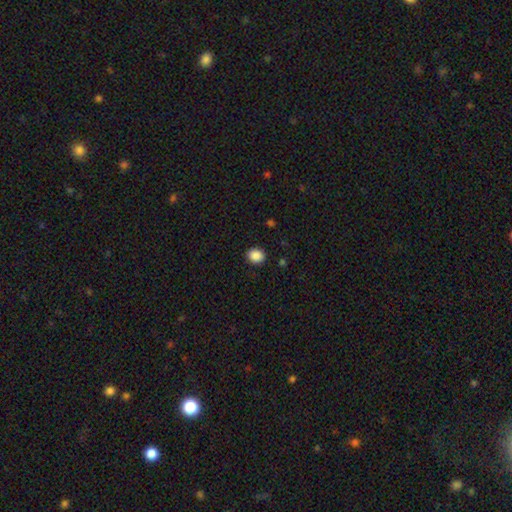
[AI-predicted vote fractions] Smooth or featured? smooth (88%)
How rounded? round (61%)
Merging? none (89%)